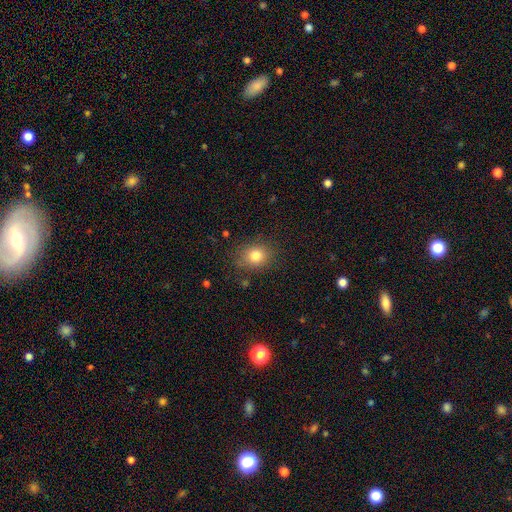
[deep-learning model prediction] Smooth or featured? smooth (80%)
How rounded? round (65%)
Merging? none (83%)